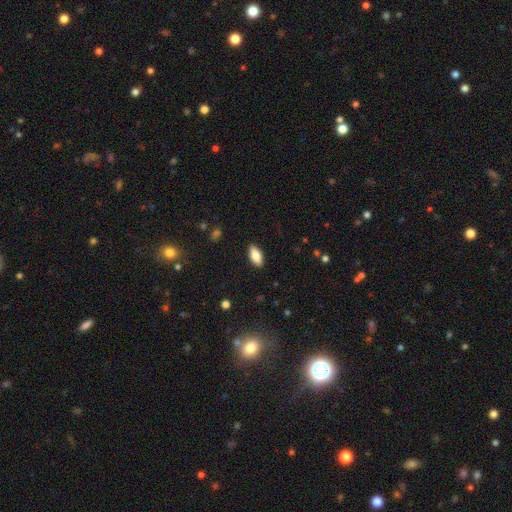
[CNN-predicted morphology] smooth_or_featured: smooth (p=0.80) [alt: featured or disk p=0.13]
how_rounded: in between (p=0.89) [alt: cigar-shaped p=0.09]
merging: none (p=0.88) [alt: minor disturbance p=0.09]